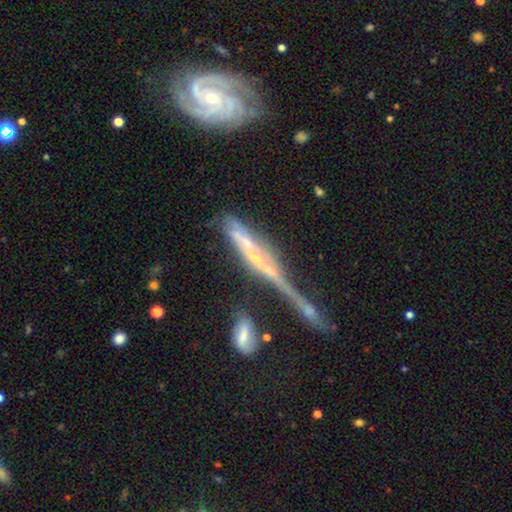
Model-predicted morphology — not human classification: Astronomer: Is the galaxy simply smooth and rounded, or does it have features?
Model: featured or disk — 70%.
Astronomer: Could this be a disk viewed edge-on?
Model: yes — 69%.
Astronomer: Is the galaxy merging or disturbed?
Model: merger — 33% (runner-up: none, 30%).